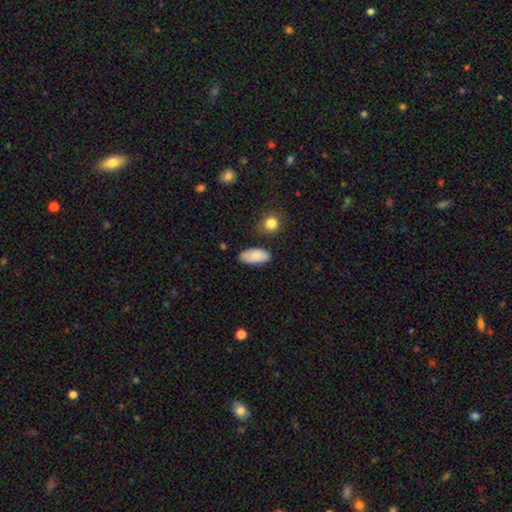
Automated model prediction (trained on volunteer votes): smooth-or-featured: smooth: 86% | featured or disk: 8% | star or artifact: 7%
  how-rounded: in between: 91% | cigar-shaped: 6% | round: 3%
  merging: none: 77% | minor disturbance: 16% | merger: 4% | major disturbance: 3%